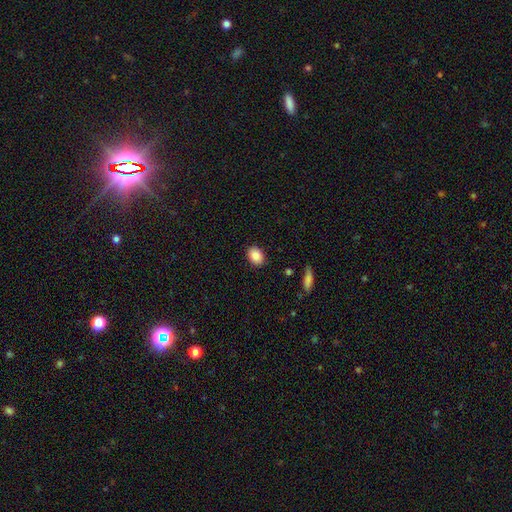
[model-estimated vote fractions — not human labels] The model was most divided on "how rounded": in between: 73%, round: 26%, cigar-shaped: 1%. More confident: merging — none (88%); smooth or featured — smooth (86%).